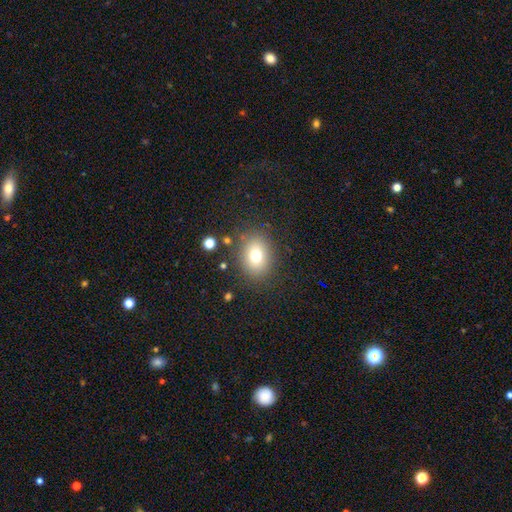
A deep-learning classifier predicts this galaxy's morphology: Overall: smooth (74%). How rounded: round (51%; in between 48%). Merging: none (83%).